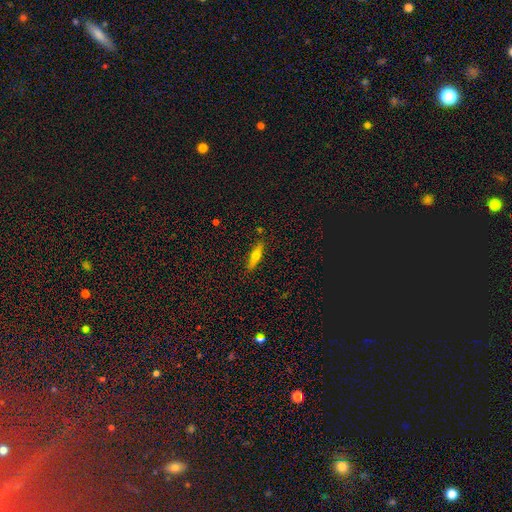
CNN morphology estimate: Overall: smooth (51%; featured or disk 41%). How rounded: cigar-shaped (74%). Merging: none (87%).